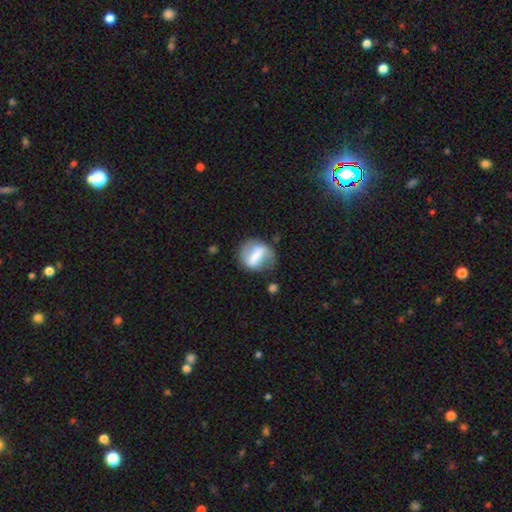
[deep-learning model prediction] This is possibly a featured or disk galaxy (50%). Merging: likely none (61%).